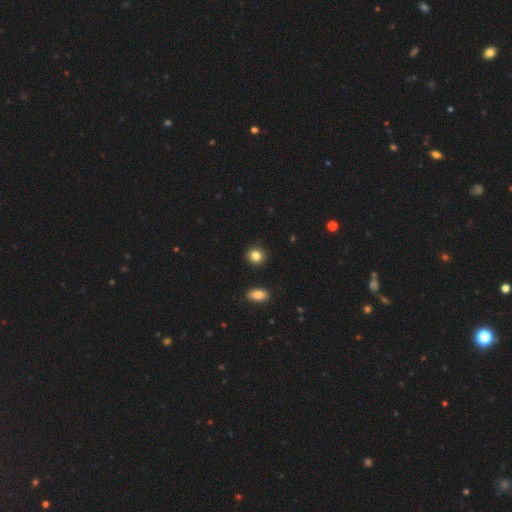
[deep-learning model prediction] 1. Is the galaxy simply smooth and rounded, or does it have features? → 85% smooth, 10% star or artifact, 6% featured or disk.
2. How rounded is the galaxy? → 86% round, 13% in between, 1% cigar-shaped.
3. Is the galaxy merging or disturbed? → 91% none, 6% minor disturbance, 2% merger, 2% major disturbance.